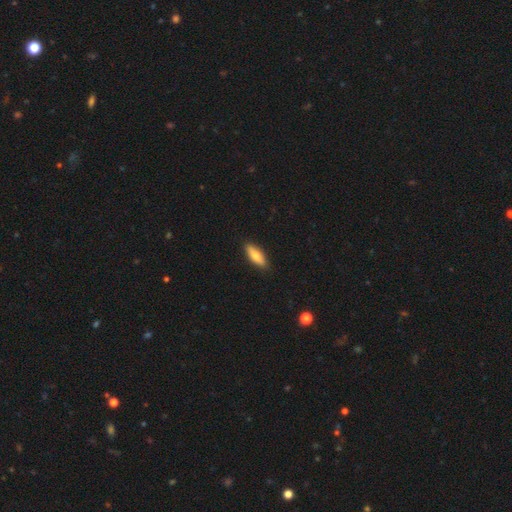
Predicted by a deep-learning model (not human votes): A smooth galaxy with no disk features (75%) that is in between round and cigar-shaped (59%).

Vote fractions:
- Smooth or featured? smooth: 75% / featured or disk: 20% / star or artifact: 6%
- How rounded? in between: 59% / cigar-shaped: 39% / round: 2%
- Merging? none: 89% / minor disturbance: 9% / major disturbance: 2% / merger: 1%